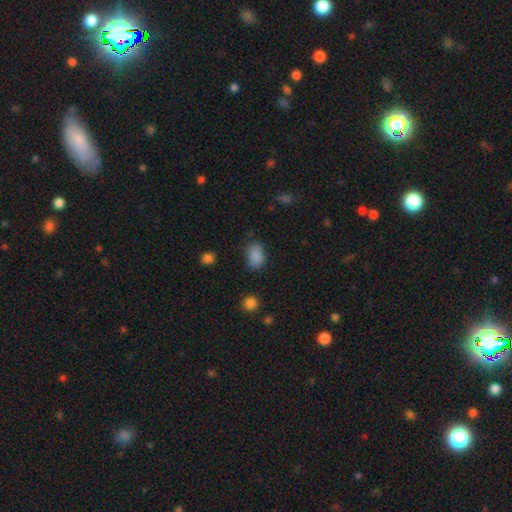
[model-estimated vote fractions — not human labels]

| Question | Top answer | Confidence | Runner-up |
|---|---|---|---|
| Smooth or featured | smooth | 86% | star or artifact (10%) |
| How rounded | in between | 82% | round (17%) |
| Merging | none | 73% | minor disturbance (20%) |